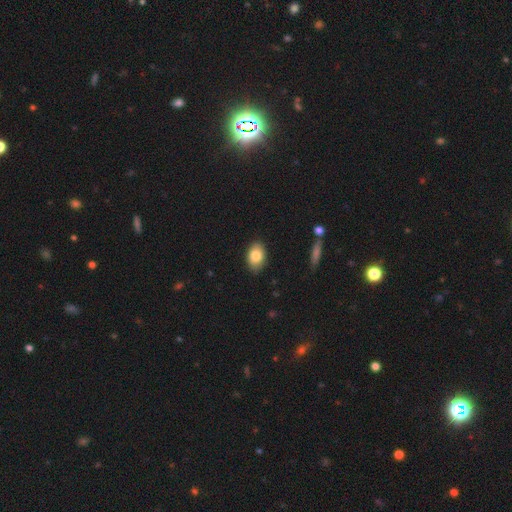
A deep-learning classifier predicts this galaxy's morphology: smooth_or_featured: smooth (p=0.83) [alt: featured or disk p=0.10]
how_rounded: in between (p=0.87) [alt: round p=0.11]
merging: none (p=0.86) [alt: minor disturbance p=0.11]